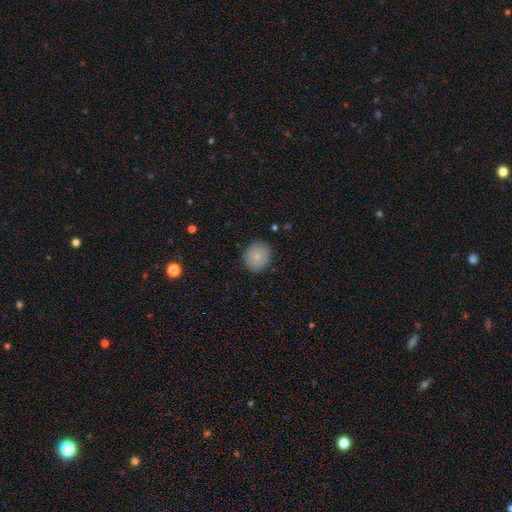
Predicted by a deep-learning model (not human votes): Smooth or featured? Predicted: smooth (p=0.81). How rounded? Predicted: round (p=0.85). Merging? Predicted: none (p=0.88).